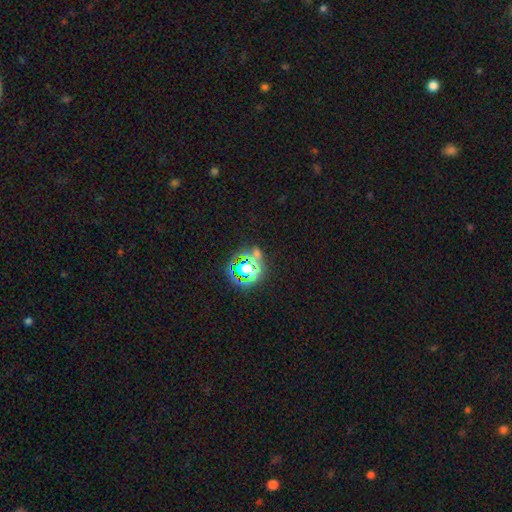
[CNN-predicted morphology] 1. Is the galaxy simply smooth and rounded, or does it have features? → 71% star or artifact, 20% smooth, 9% featured or disk.